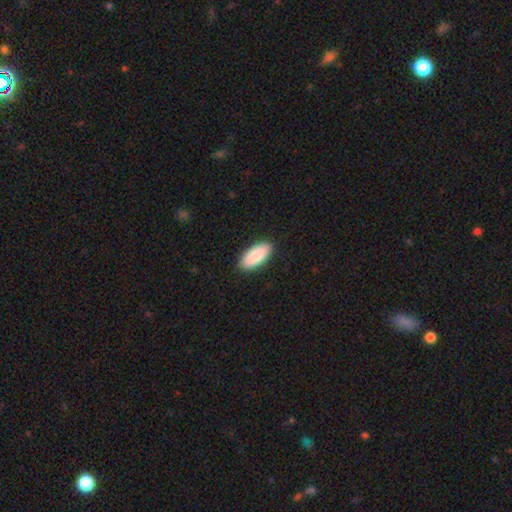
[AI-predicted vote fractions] smooth-or-featured: smooth: 89% | featured or disk: 6% | star or artifact: 5%
  how-rounded: in between: 89% | cigar-shaped: 9% | round: 2%
  merging: none: 90% | minor disturbance: 8% | major disturbance: 2% | merger: 1%